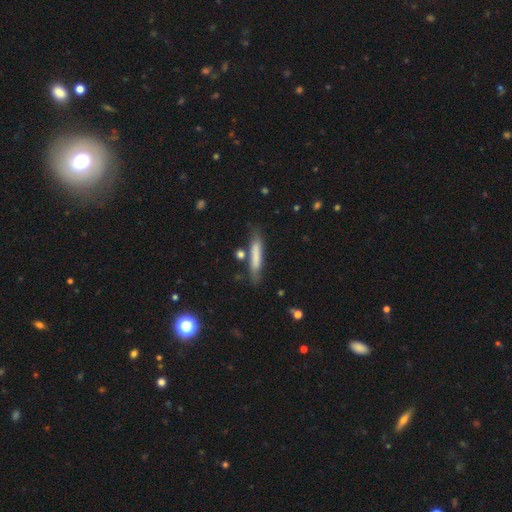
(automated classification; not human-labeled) Smooth or featured?
  - smooth: 73% *
  - featured or disk: 21%
  - star or artifact: 6%
How rounded?
  - cigar-shaped: 89% *
  - in between: 10%
  - round: 2%
Merging?
  - none: 73% *
  - minor disturbance: 16%
  - merger: 6%
  - major disturbance: 4%